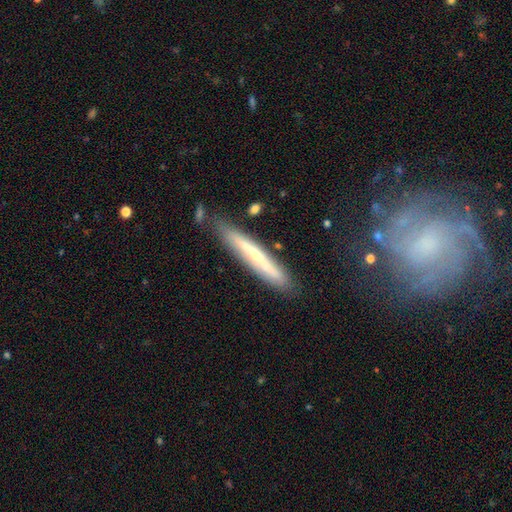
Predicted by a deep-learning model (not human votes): Smooth or featured: featured or disk — 55% (smooth — 38%)
Edge-on disk: yes — 86% (no — 14%)
Merging: none — 77% (minor disturbance — 16%)